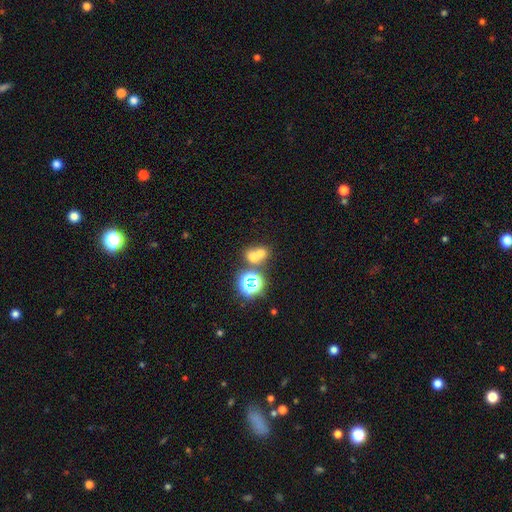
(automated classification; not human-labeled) Overall: smooth (59%; star or artifact 26%). How rounded: round (69%; in between 29%). Merging: merger (54%; none 35%).